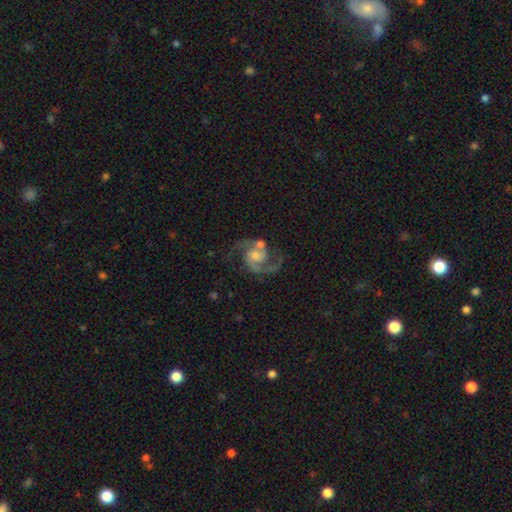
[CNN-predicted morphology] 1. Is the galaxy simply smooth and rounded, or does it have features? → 90% featured or disk, 5% star or artifact, 4% smooth.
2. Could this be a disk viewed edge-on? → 98% no, 2% yes.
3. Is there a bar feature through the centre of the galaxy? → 57% no, 35% weak, 8% strong.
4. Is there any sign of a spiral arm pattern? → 98% yes, 2% no.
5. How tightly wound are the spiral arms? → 61% medium, 25% loose, 14% tight.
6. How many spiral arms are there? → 93% 2, 2% can't tell, 2% 3, 1% 1, 1% 4, 1% more than 4.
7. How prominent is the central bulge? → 43% moderate, 38% small, 10% none, 8% large, 2% dominant.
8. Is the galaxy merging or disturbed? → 69% none, 14% minor disturbance, 9% merger, 8% major disturbance.